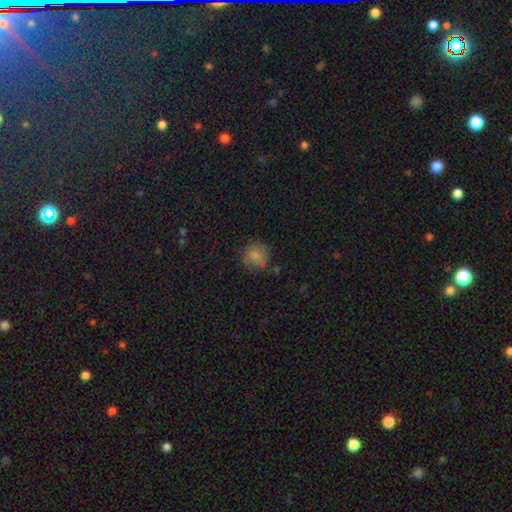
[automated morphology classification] smooth 72%, featured or disk 18%, star or artifact 10%. Down the decision tree: how rounded — round (83%); merging — none (62%).